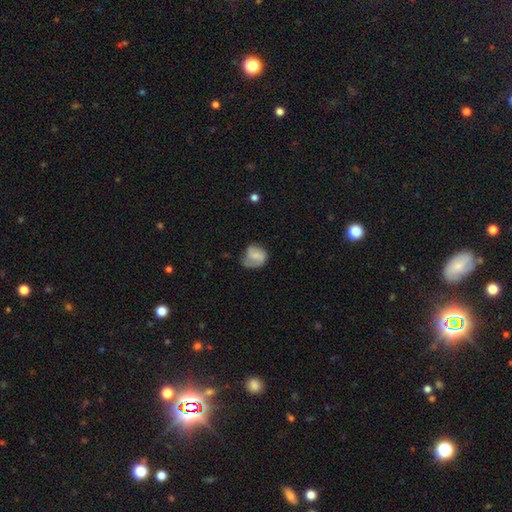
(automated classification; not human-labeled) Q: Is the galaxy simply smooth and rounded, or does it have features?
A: smooth — 60%.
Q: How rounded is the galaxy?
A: round — 68%.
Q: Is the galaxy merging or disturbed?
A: none — 48%.